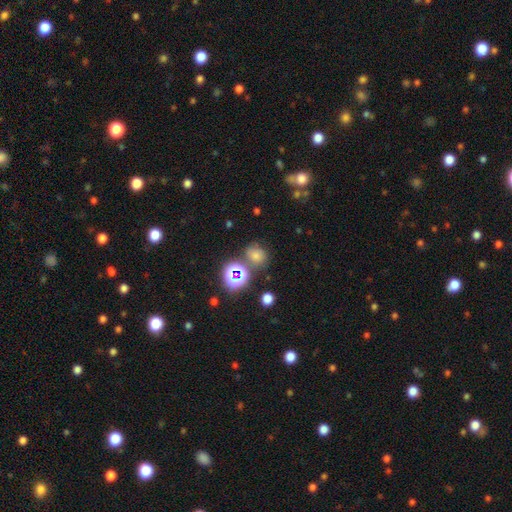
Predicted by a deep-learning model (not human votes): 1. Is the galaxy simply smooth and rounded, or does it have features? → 62% smooth, 27% star or artifact, 10% featured or disk.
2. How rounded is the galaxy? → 71% round, 28% in between, 1% cigar-shaped.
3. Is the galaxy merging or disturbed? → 66% none, 15% minor disturbance, 12% merger, 6% major disturbance.